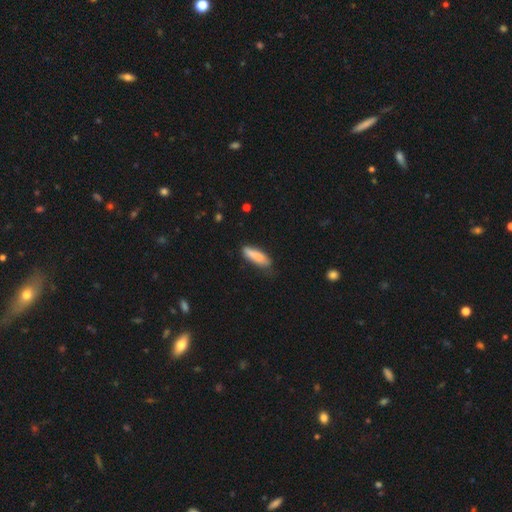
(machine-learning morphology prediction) Overall: smooth (86%). How rounded: cigar-shaped (58%; in between 41%). Merging: none (66%; minor disturbance 27%).